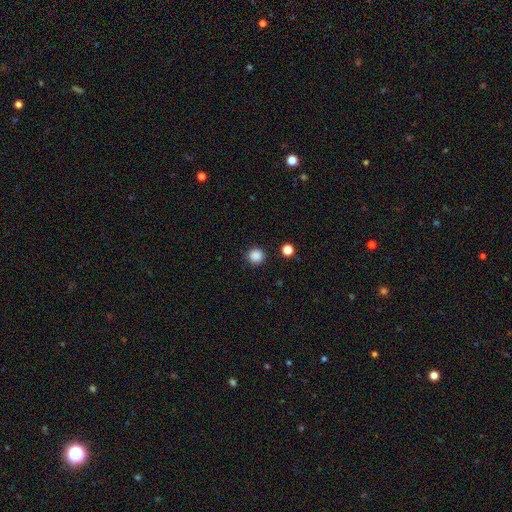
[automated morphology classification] A smooth galaxy with no disk features (87%) that is round (93%). Merging: none (90%).